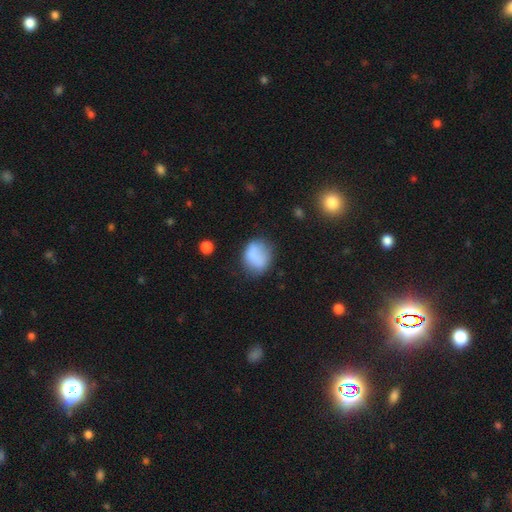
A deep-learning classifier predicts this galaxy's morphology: Smooth or featured? smooth (78%)
How rounded? round (56%)
Merging? none (56%)